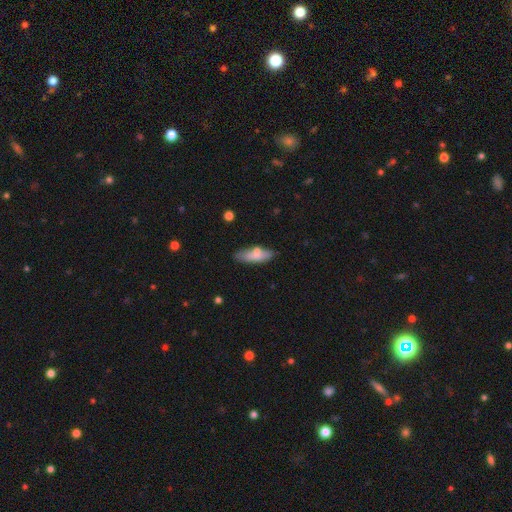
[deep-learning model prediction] Smooth or featured? Predicted: smooth (p=0.74). How rounded? Predicted: in between (p=0.55). Merging? Predicted: none (p=0.67).